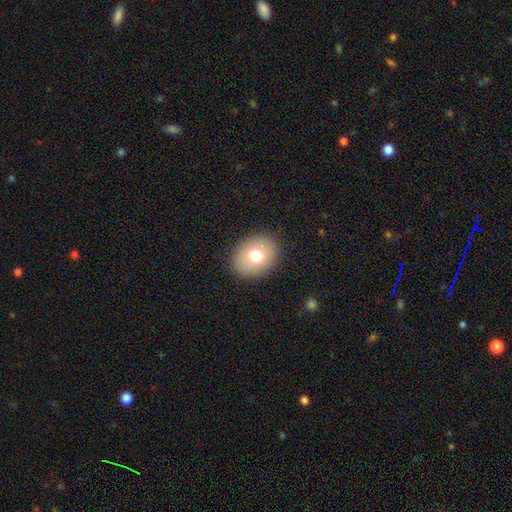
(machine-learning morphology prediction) Smooth or featured: smooth — 74% (featured or disk — 17%)
How rounded: in between — 58% (round — 42%)
Merging: none — 88% (minor disturbance — 8%)